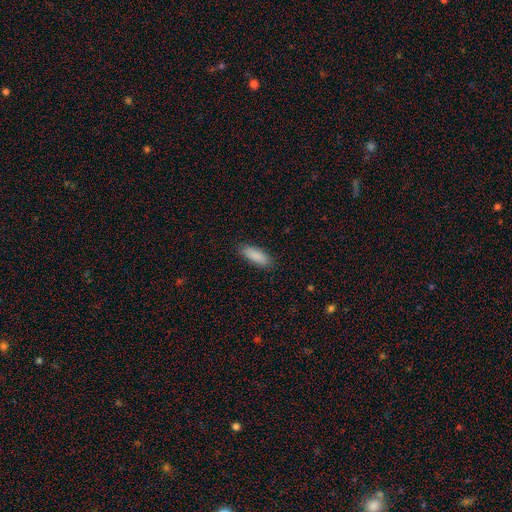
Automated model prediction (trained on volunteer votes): Smooth or featured?
  - smooth: 89% *
  - star or artifact: 6%
  - featured or disk: 5%
How rounded?
  - in between: 67% *
  - cigar-shaped: 32%
  - round: 2%
Merging?
  - none: 87% *
  - minor disturbance: 10%
  - major disturbance: 2%
  - merger: 1%